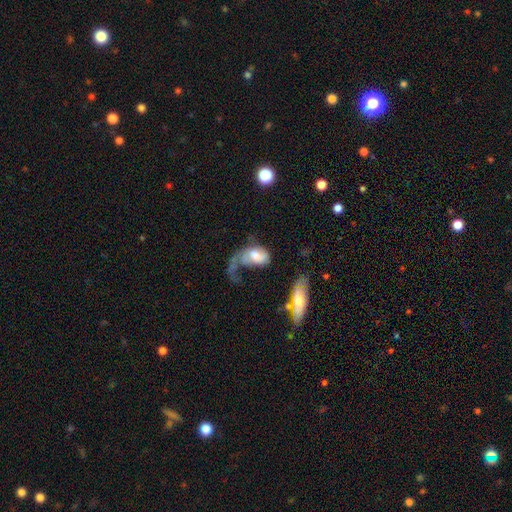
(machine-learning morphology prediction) Overall: featured or disk (50%; smooth 43%). Merging: major disturbance (57%).